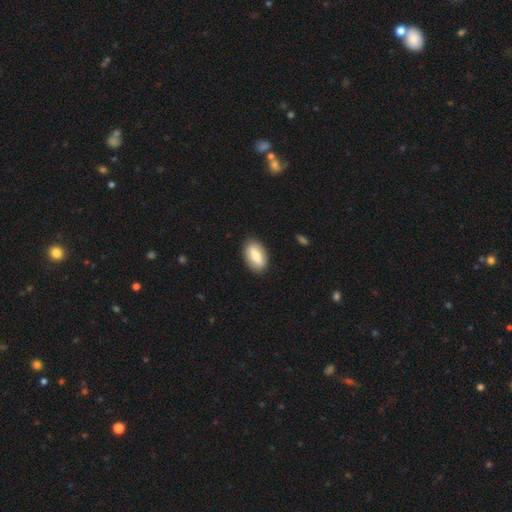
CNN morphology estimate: This is likely a smooth galaxy (71%). How rounded: clearly in between (90%). Merging: clearly none (87%).